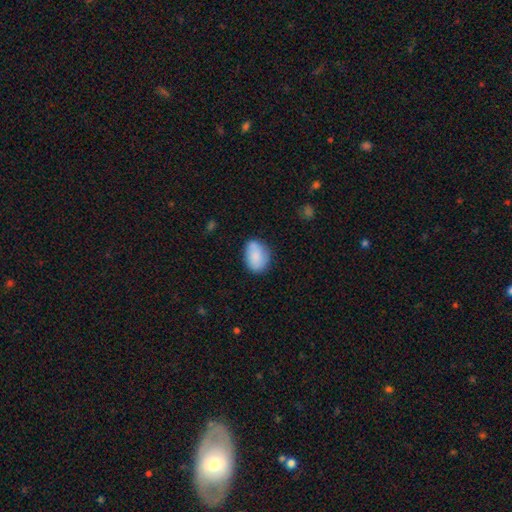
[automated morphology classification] A smooth galaxy with no disk features (83%) that is in between round and cigar-shaped (77%).

Vote fractions:
- Smooth or featured? smooth: 83% / featured or disk: 10% / star or artifact: 7%
- How rounded? in between: 77% / round: 22% / cigar-shaped: 1%
- Merging? none: 66% / minor disturbance: 24% / major disturbance: 6% / merger: 5%